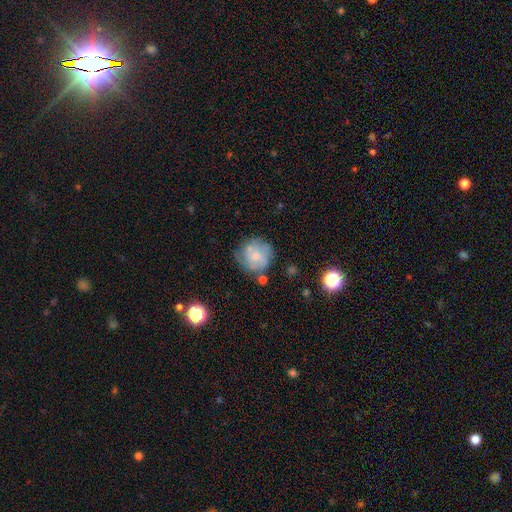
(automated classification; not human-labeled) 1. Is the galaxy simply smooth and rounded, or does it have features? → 47% featured or disk, 44% smooth, 9% star or artifact.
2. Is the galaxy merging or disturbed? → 62% none, 21% minor disturbance, 9% major disturbance, 7% merger.